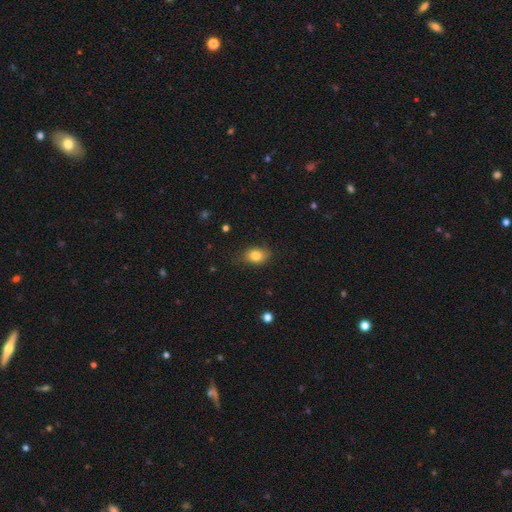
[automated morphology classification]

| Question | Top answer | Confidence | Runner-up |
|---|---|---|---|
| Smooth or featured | smooth | 81% | featured or disk (10%) |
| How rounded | in between | 71% | round (28%) |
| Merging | none | 77% | minor disturbance (18%) |